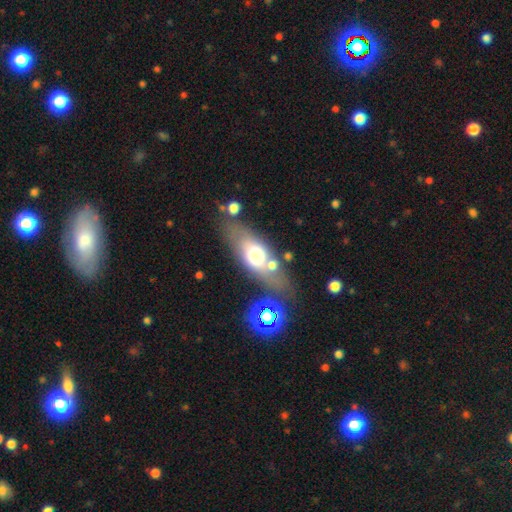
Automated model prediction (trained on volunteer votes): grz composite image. It shows a smooth galaxy with no disk features (56%) that is in between round and cigar-shaped (65%). Merging: none (70%).